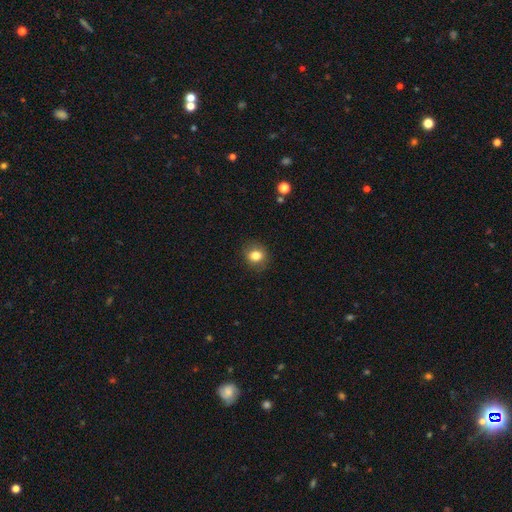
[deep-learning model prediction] Smooth or featured: smooth — 82% (star or artifact — 10%)
How rounded: round — 68% (in between — 31%)
Merging: none — 85% (minor disturbance — 11%)